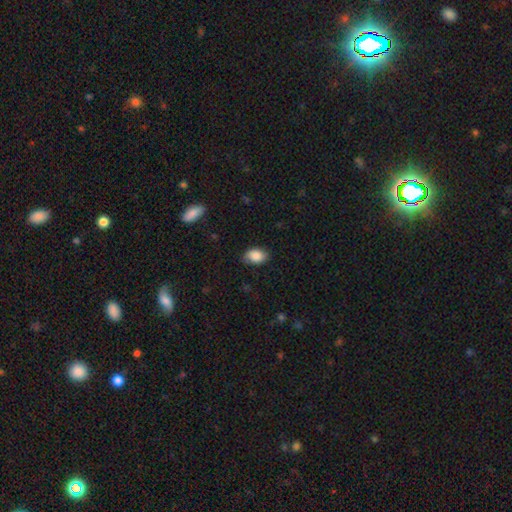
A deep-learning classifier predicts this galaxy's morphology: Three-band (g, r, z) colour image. It shows a smooth galaxy with no disk features (86%) that is in between round and cigar-shaped (86%). Merging: none (80%).